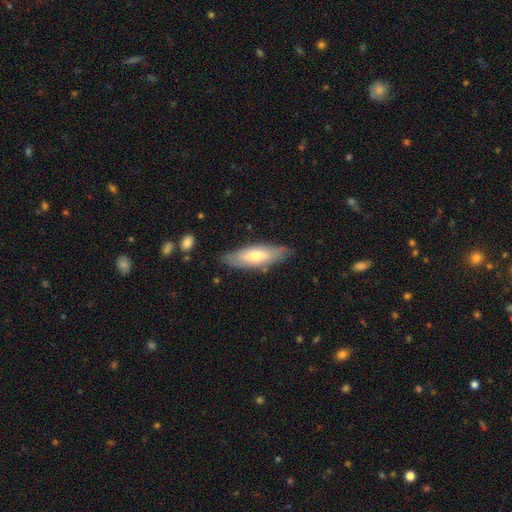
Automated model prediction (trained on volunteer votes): This appears to be a smooth galaxy with no disk features (59%) that is in between round and cigar-shaped (55%). Merging: none (79%).